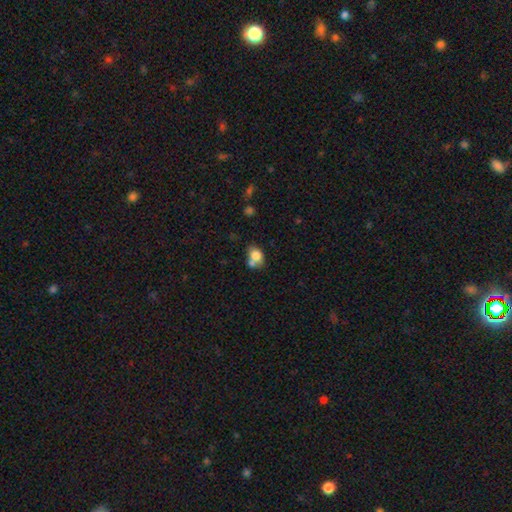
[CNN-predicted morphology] smooth 78%, featured or disk 13%, star or artifact 9%. Down the decision tree: how rounded — in between (58%); merging — none (41%).